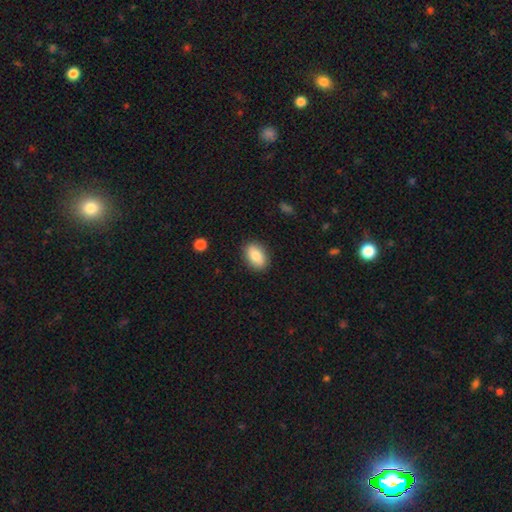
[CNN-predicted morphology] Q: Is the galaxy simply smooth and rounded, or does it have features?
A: smooth — 83%.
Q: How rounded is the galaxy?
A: in between — 87%.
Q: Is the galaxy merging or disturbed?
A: none — 87%.